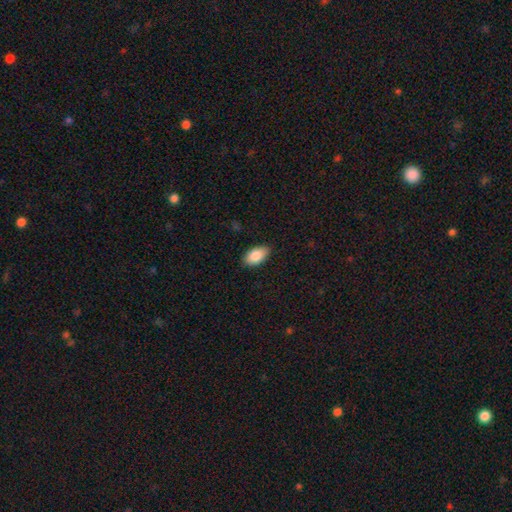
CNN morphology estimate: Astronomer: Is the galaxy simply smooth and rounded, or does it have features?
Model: smooth — 85%.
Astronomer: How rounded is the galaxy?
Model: in between — 94%.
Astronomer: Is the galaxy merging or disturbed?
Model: none — 87%.